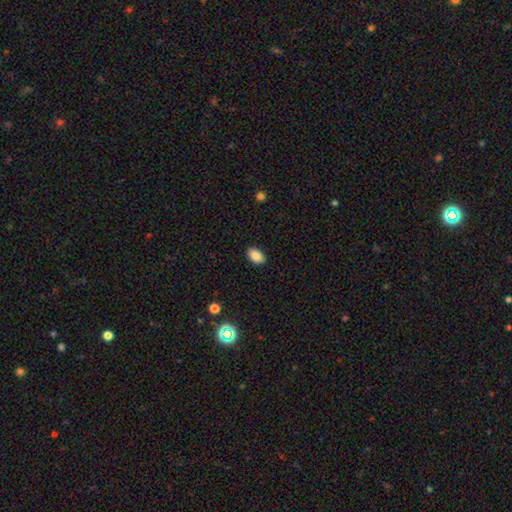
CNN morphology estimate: Smooth or featured: smooth — 87% (star or artifact — 8%)
How rounded: in between — 92% (round — 7%)
Merging: none — 90% (minor disturbance — 7%)